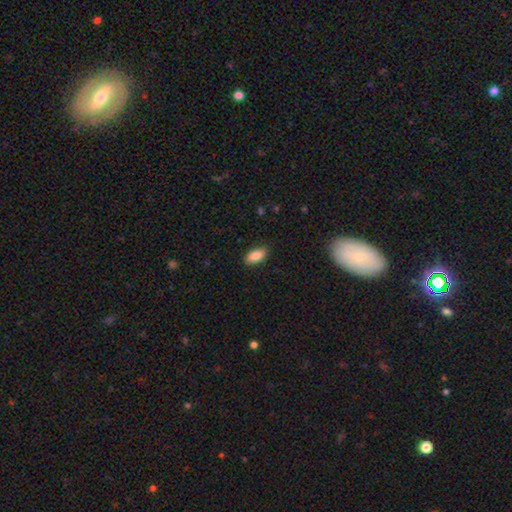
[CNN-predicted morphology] Smooth or featured? smooth (86%)
How rounded? in between (91%)
Merging? none (86%)